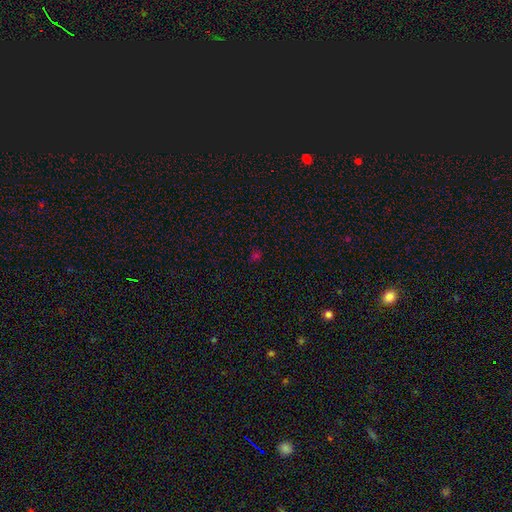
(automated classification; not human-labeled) The model was most divided on "smooth or featured": smooth: 51%, star or artifact: 42%, featured or disk: 7%. More confident: merging — none (79%); how rounded — round (68%).